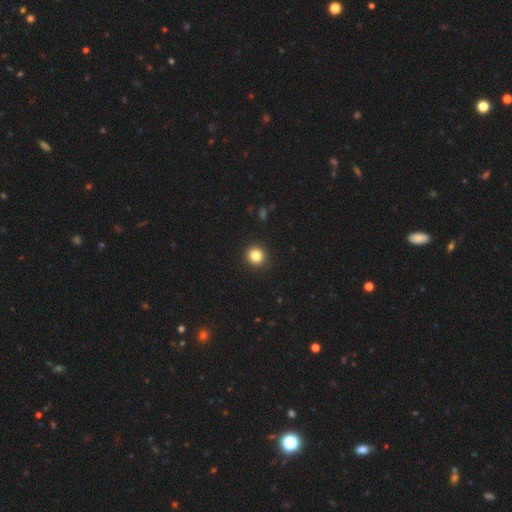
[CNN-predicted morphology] Smooth or featured: smooth — 84% (star or artifact — 11%)
How rounded: round — 94% (in between — 5%)
Merging: none — 92% (minor disturbance — 5%)